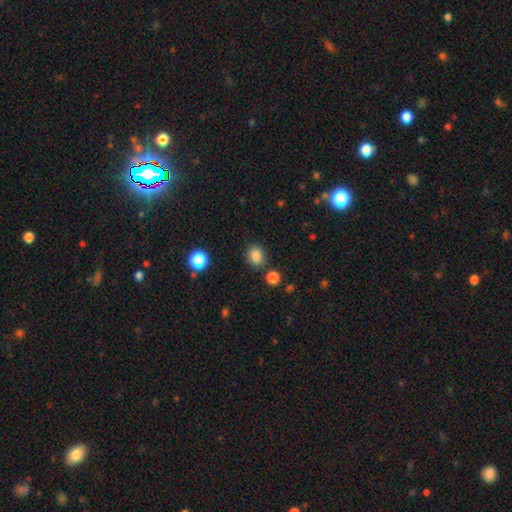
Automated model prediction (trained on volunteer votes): This appears to be a smooth galaxy with no disk features (85%) that is round (68%). Merging: none (81%).